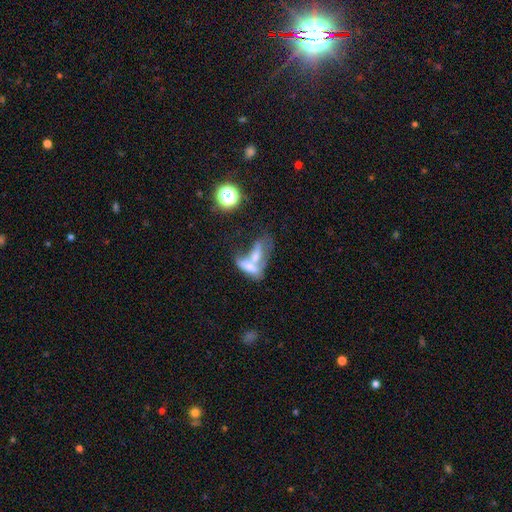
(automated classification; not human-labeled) Smooth or featured? smooth (56%)
How rounded? in between (69%)
Merging? merger (70%)